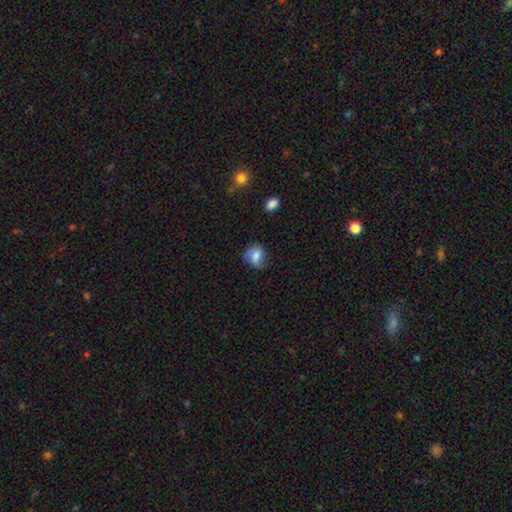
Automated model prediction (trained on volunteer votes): smooth_or_featured: smooth (p=0.61) [alt: featured or disk p=0.30]
how_rounded: round (p=0.54) [alt: in between p=0.45]
merging: none (p=0.56) [alt: minor disturbance p=0.29]